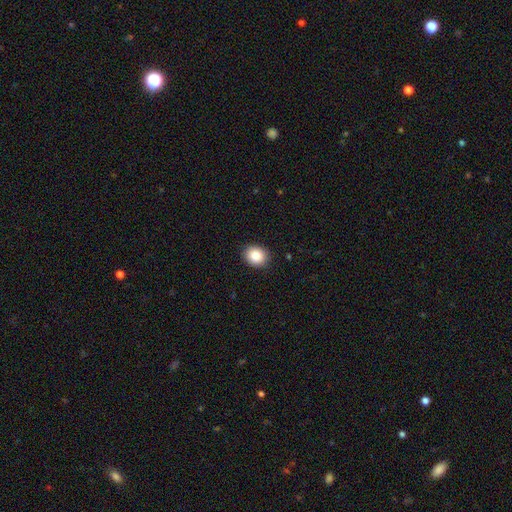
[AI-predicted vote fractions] The model was most divided on "how rounded": round: 61%, in between: 39%, cigar-shaped: 1%. More confident: merging — none (90%); smooth or featured — smooth (87%).